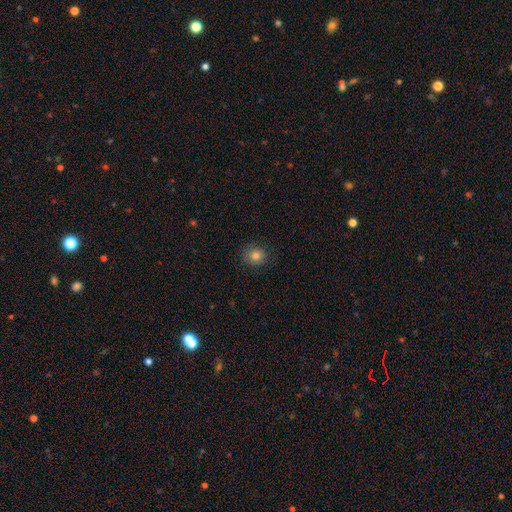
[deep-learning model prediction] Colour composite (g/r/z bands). It shows a smooth galaxy with no disk features (81%) that is round (86%). Merging: none (87%).